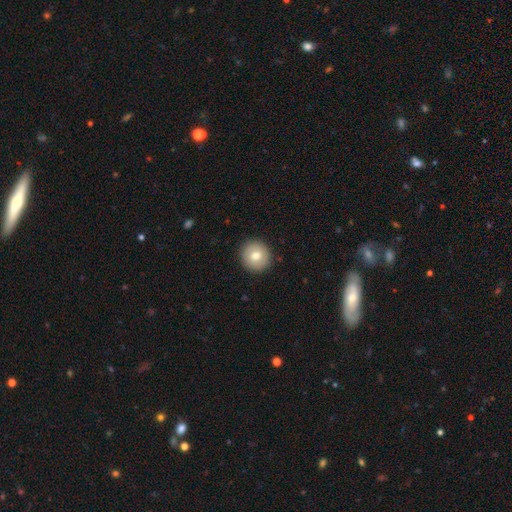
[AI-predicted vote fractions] Smooth or featured? Predicted: smooth (p=0.76). How rounded? Predicted: round (p=0.93). Merging? Predicted: none (p=0.90).